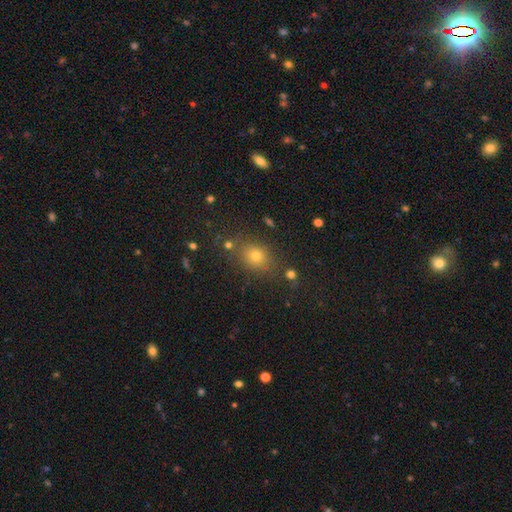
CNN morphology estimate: This is likely a smooth galaxy (68%). How rounded: possibly round (57%). Merging: likely none (79%).